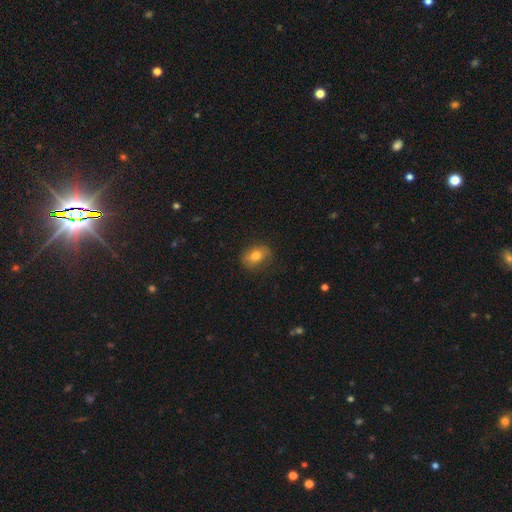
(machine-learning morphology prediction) Smooth or featured?
  - smooth: 75% *
  - featured or disk: 16%
  - star or artifact: 9%
How rounded?
  - in between: 63% *
  - round: 35%
  - cigar-shaped: 1%
Merging?
  - none: 79% *
  - minor disturbance: 16%
  - major disturbance: 4%
  - merger: 1%